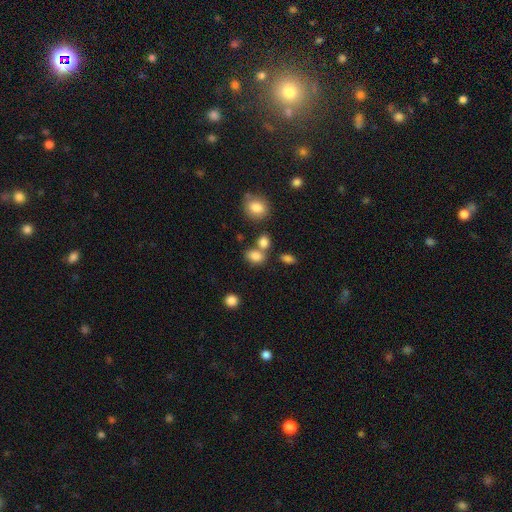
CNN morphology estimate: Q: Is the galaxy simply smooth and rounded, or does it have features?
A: smooth — 81%.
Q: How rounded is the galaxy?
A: in between — 68%.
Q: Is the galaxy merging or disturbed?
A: none — 53%.